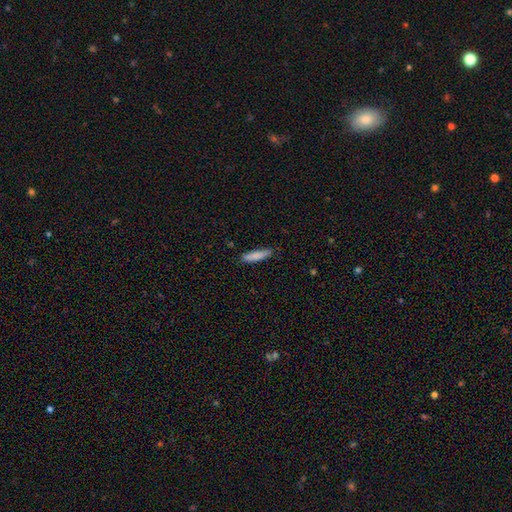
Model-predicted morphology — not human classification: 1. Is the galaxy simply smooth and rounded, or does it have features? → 84% smooth, 10% featured or disk, 6% star or artifact.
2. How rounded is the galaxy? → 82% cigar-shaped, 17% in between, 1% round.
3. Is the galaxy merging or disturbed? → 81% none, 15% minor disturbance, 2% major disturbance, 1% merger.